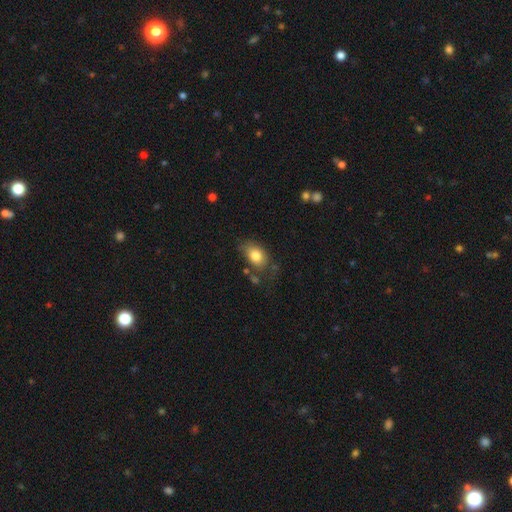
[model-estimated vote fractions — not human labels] Overall: smooth (80%). How rounded: in between (82%). Merging: none (58%; minor disturbance 26%).